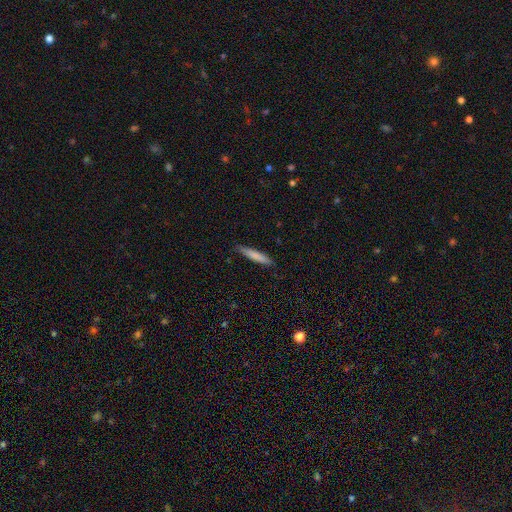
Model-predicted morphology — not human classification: A smooth galaxy with no disk features (79%) that is cigar-shaped (91%).

Vote fractions:
- Smooth or featured? smooth: 79% / featured or disk: 16% / star or artifact: 6%
- How rounded? cigar-shaped: 91% / in between: 8% / round: 1%
- Merging? none: 85% / minor disturbance: 12% / major disturbance: 2% / merger: 1%